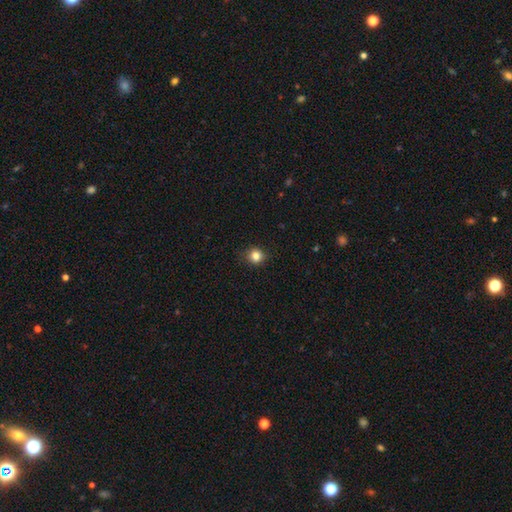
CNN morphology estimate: type=smooth (83%); roundness=round (87%); merging=none (86%).